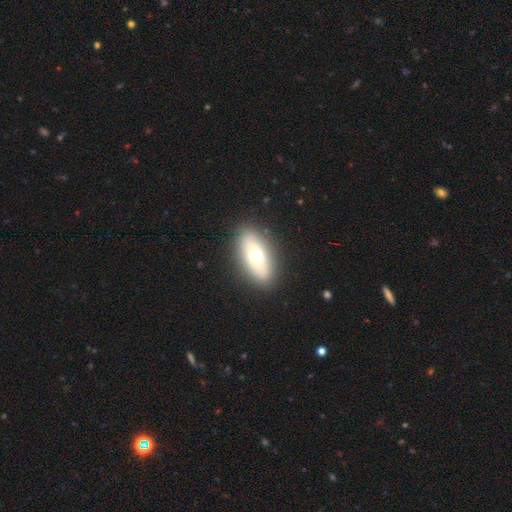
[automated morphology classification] Smooth or featured? Predicted: smooth (p=0.61). How rounded? Predicted: in between (p=0.80). Merging? Predicted: none (p=0.87).